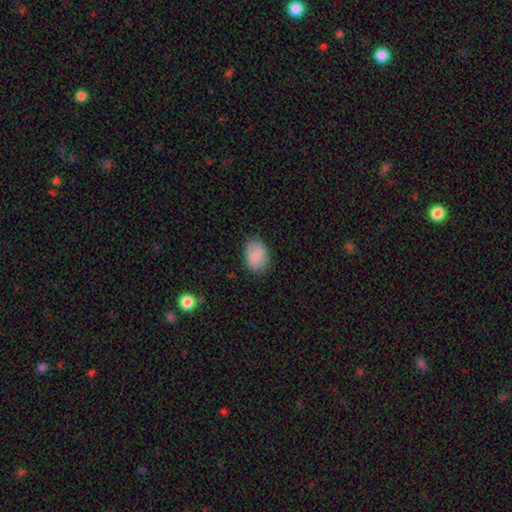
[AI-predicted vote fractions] smooth 85%, featured or disk 8%, star or artifact 7%. Down the decision tree: how rounded — in between (72%); merging — none (79%).